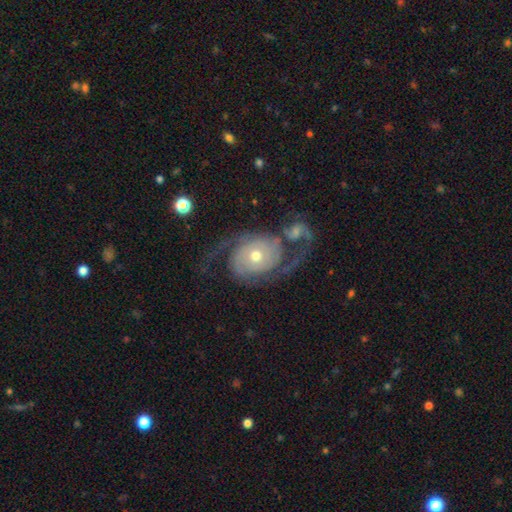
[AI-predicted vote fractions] The model was most divided on "spiral winding": medium: 38%, loose: 32%, tight: 30%. Remaining: edge-on disk — no (97%); spiral arms — yes (96%); smooth or featured — featured or disk (88%); spiral arm count — 2 (83%); bar — no (78%); bulge size — moderate (60%); merging — none (50%).